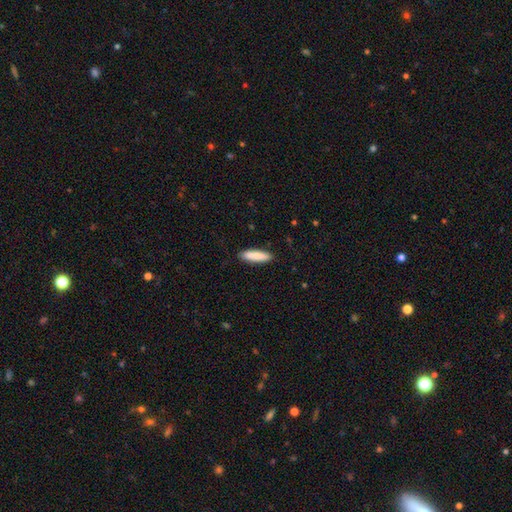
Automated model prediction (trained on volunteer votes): Smooth or featured?
  - smooth: 85% *
  - featured or disk: 9%
  - star or artifact: 6%
How rounded?
  - cigar-shaped: 72% *
  - in between: 27%
  - round: 1%
Merging?
  - none: 88% *
  - minor disturbance: 9%
  - major disturbance: 2%
  - merger: 1%